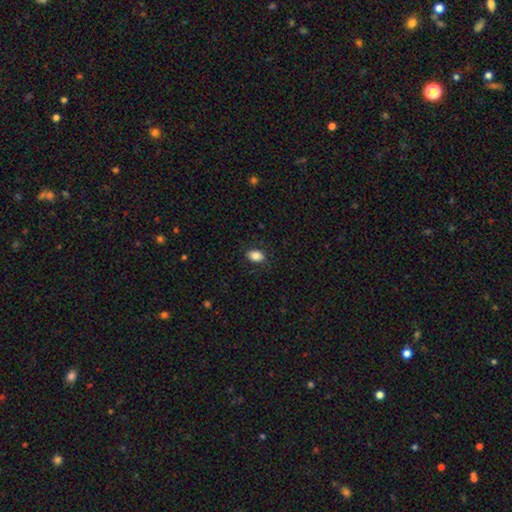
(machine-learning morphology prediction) This appears to be a smooth galaxy with no disk features (84%) that is in between round and cigar-shaped (79%). Merging: none (85%).